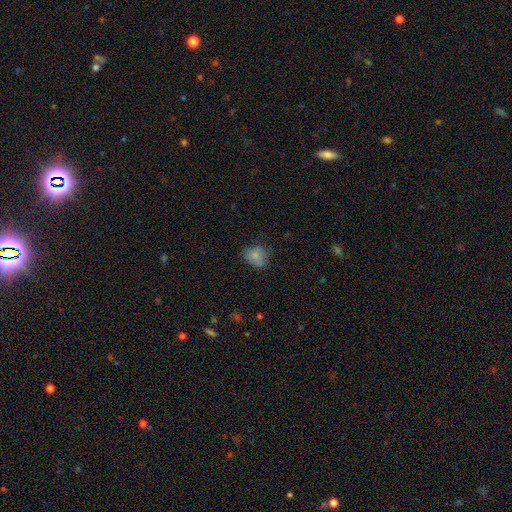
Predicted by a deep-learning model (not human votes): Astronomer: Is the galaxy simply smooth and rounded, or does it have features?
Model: smooth — 76%.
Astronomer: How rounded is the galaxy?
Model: round — 51% (runner-up: in between, 48%).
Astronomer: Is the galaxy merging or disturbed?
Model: none — 60%.